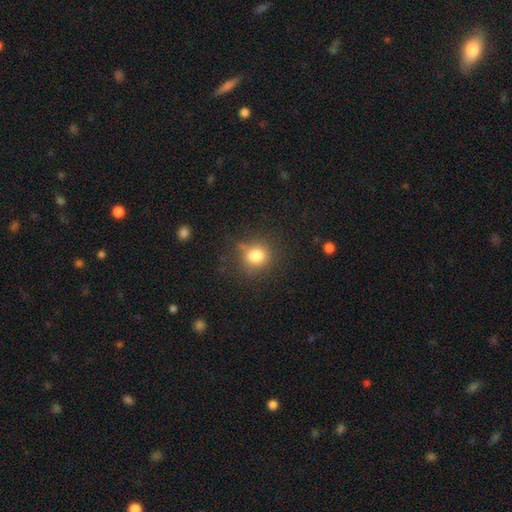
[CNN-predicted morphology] smooth-or-featured: smooth: 81% | star or artifact: 13% | featured or disk: 7%
  how-rounded: round: 83% | in between: 16% | cigar-shaped: 1%
  merging: none: 74% | minor disturbance: 17% | major disturbance: 6% | merger: 3%